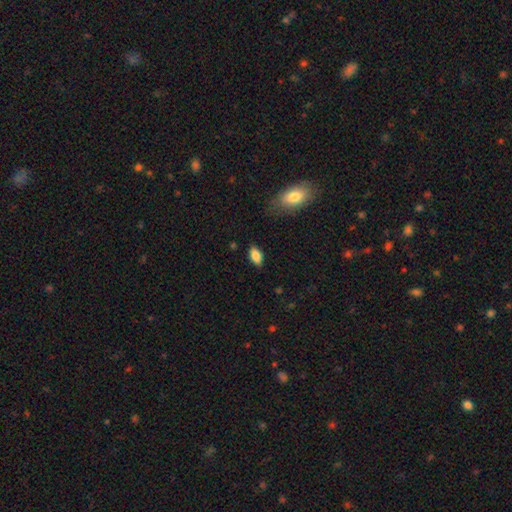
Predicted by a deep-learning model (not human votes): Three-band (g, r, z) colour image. It shows a smooth galaxy with no disk features (84%) that is in between round and cigar-shaped (90%). Merging: none (84%).